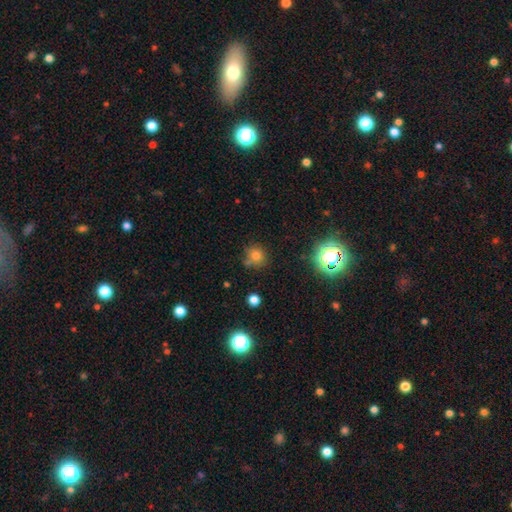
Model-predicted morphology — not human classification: smooth_or_featured: smooth (p=0.73) [alt: star or artifact p=0.19]
how_rounded: round (p=0.87) [alt: in between p=0.12]
merging: none (p=0.72) [alt: minor disturbance p=0.13]